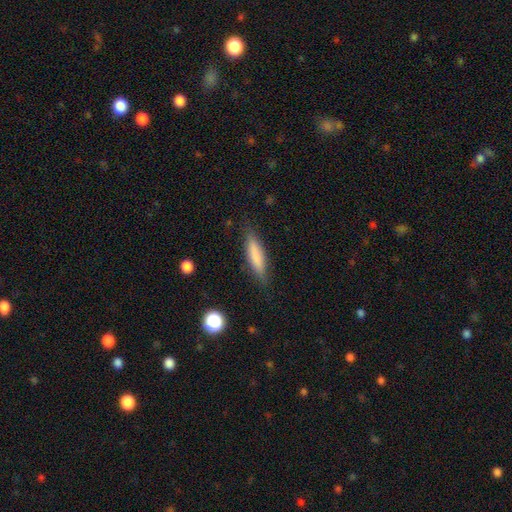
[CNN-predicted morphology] Smooth or featured?
  - smooth: 77% *
  - featured or disk: 16%
  - star or artifact: 7%
How rounded?
  - cigar-shaped: 72% *
  - in between: 26%
  - round: 2%
Merging?
  - none: 83% *
  - minor disturbance: 13%
  - major disturbance: 3%
  - merger: 1%